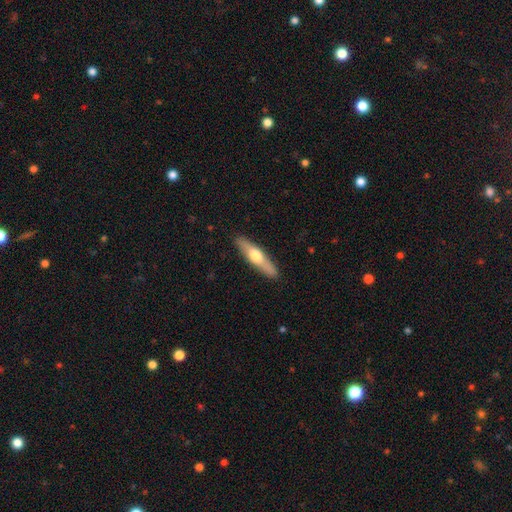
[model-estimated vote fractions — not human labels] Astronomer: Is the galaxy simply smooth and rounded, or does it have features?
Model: smooth — 48% (runner-up: featured or disk, 47%).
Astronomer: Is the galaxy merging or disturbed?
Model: none — 89%.